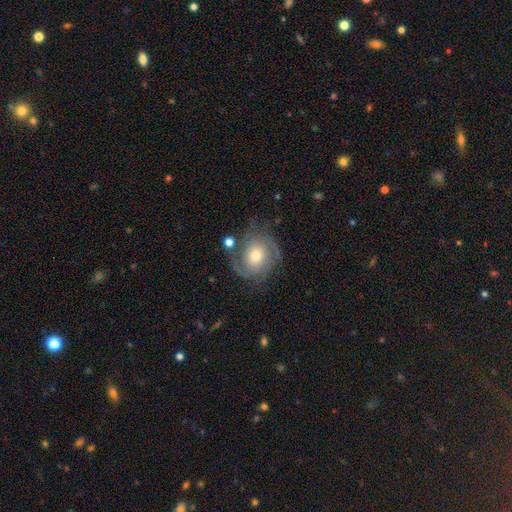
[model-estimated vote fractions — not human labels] Morphology: type=featured or disk (82%); edge-on=no (97%); bar=no (75%); spiral arms=yes (95%); winding=tight (53%); arm count=3 (31%); bulge=moderate (63%); merging=none (70%).